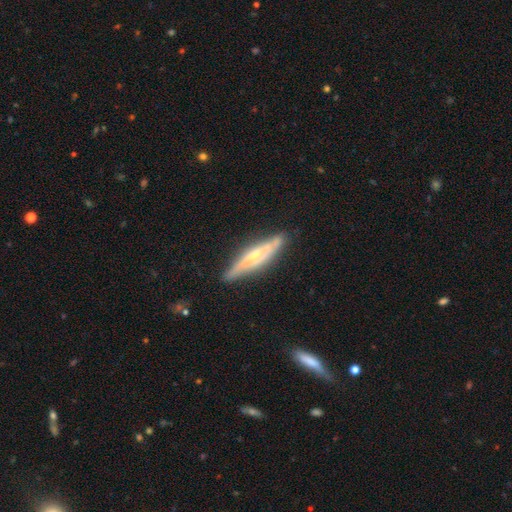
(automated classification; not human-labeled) smooth_or_featured: featured or disk (p=0.63) [alt: smooth p=0.31]
disk_edge_on: yes (p=0.83) [alt: no p=0.17]
edge_on_bulge: rounded (p=0.63) [alt: none p=0.21]
merging: none (p=0.78) [alt: minor disturbance p=0.16]